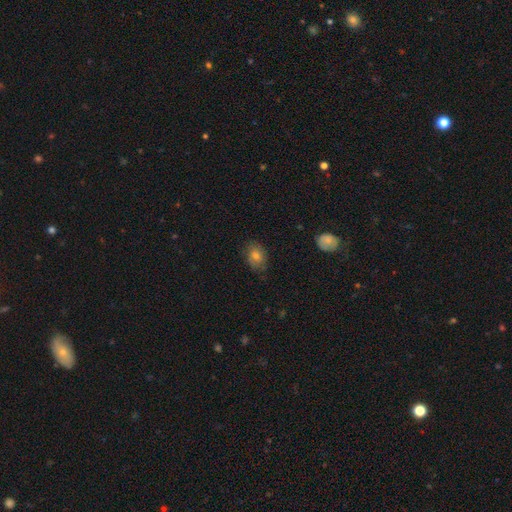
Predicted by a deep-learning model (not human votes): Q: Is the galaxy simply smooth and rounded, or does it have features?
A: smooth — 59%.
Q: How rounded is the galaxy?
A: in between — 66%.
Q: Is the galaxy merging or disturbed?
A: none — 75%.